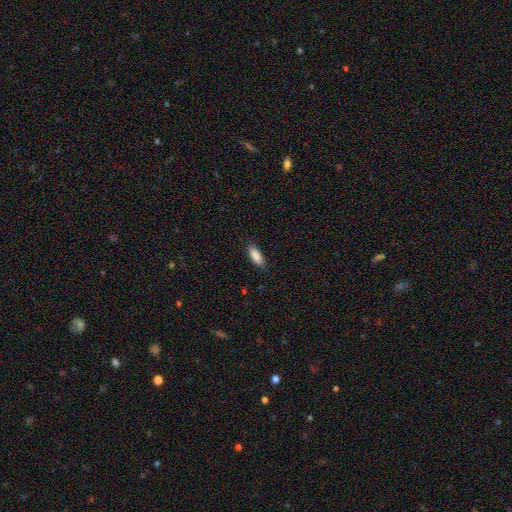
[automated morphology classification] smooth_or_featured: smooth (p=0.88) [alt: star or artifact p=0.06]
how_rounded: in between (p=0.77) [alt: cigar-shaped p=0.21]
merging: none (p=0.84) [alt: minor disturbance p=0.13]